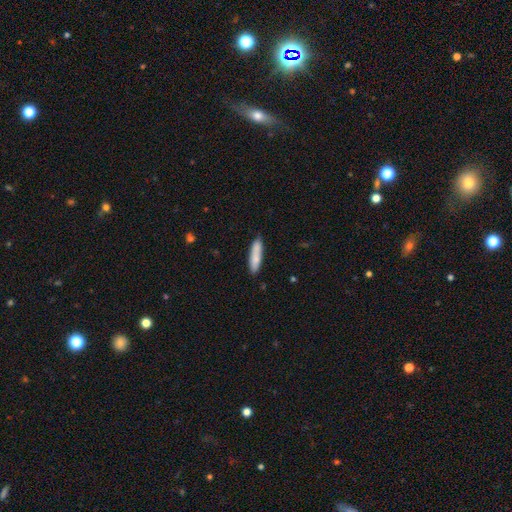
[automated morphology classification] Smooth or featured?
  - smooth: 81% *
  - featured or disk: 13%
  - star or artifact: 6%
How rounded?
  - cigar-shaped: 73% *
  - in between: 26%
  - round: 2%
Merging?
  - none: 82% *
  - minor disturbance: 13%
  - merger: 3%
  - major disturbance: 2%